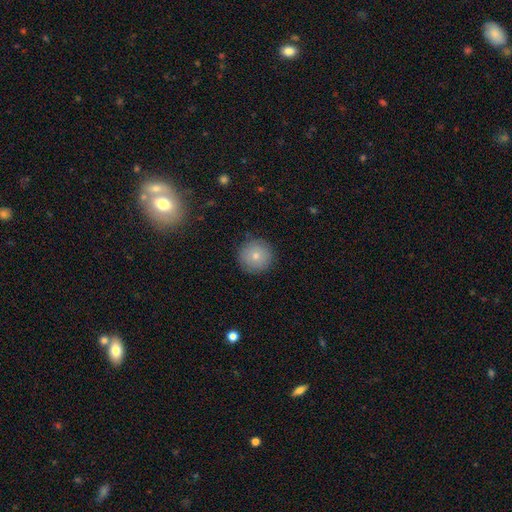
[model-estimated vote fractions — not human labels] Smooth or featured? smooth (78%)
How rounded? round (96%)
Merging? none (89%)